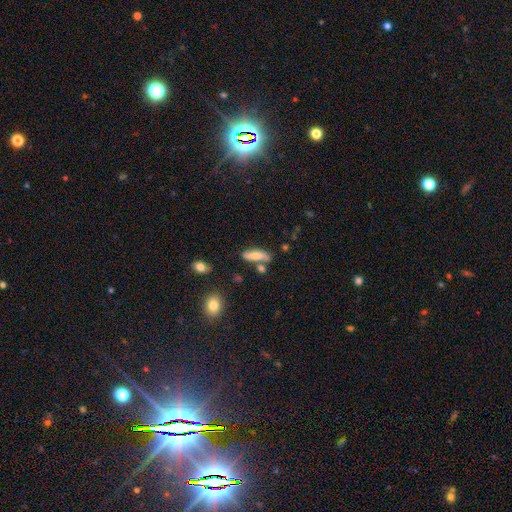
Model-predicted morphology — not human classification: The model was most divided on "how rounded": in between: 50%, cigar-shaped: 47%, round: 3%. More confident: smooth or featured — smooth (70%); merging — none (60%).